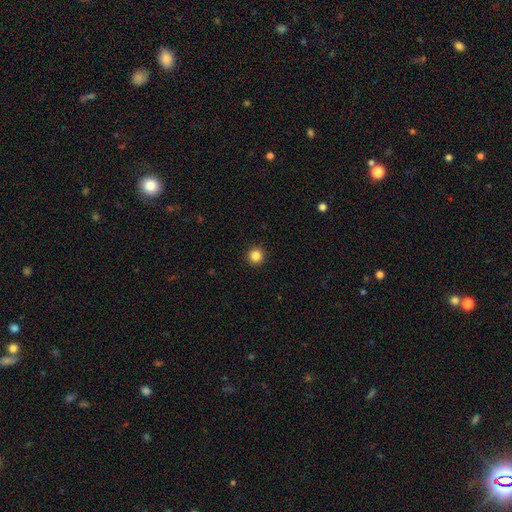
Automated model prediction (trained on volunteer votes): Smooth or featured: smooth — 85% (star or artifact — 11%)
How rounded: round — 95% (in between — 4%)
Merging: none — 93% (minor disturbance — 4%)